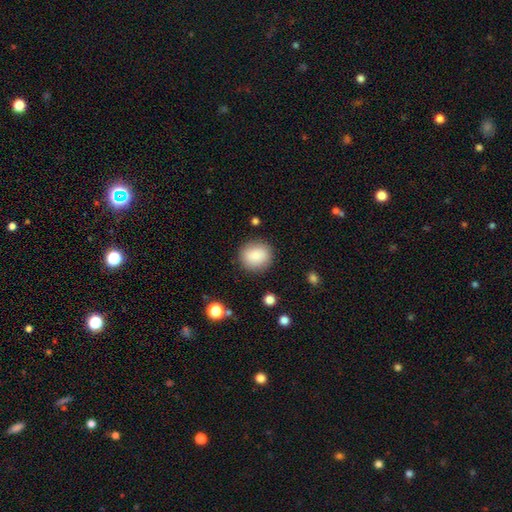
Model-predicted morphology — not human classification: Q: Smooth or featured?
A: smooth (86%); runner-up: star or artifact (8%)
Q: How rounded?
A: round (84%); runner-up: in between (15%)
Q: Merging?
A: none (87%); runner-up: minor disturbance (8%)